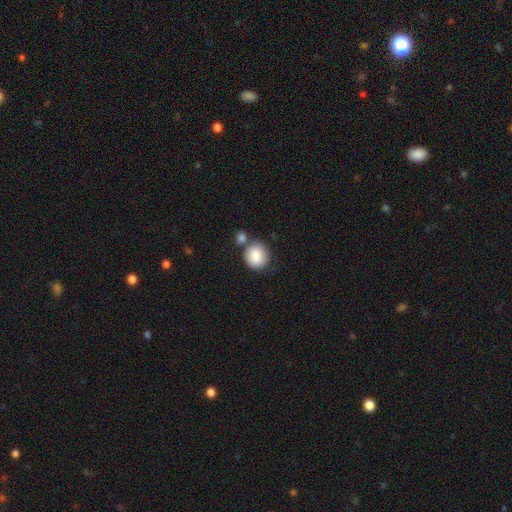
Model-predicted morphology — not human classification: This appears to be a smooth galaxy with no disk features (85%) that is round (87%). Merging: none (60%).